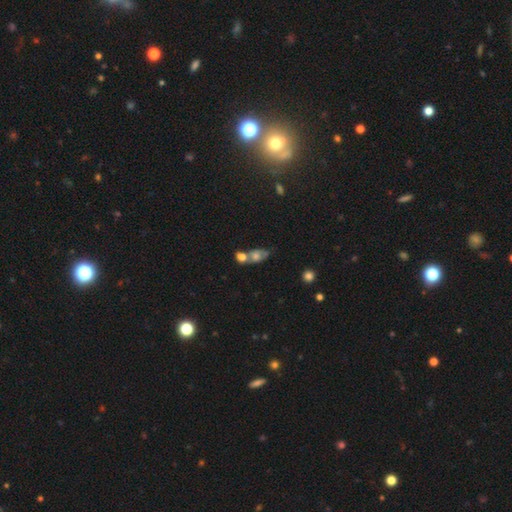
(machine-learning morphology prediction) Smooth or featured? Predicted: smooth (p=0.64). How rounded? Predicted: in between (p=0.74). Merging? Predicted: merger (p=0.57).